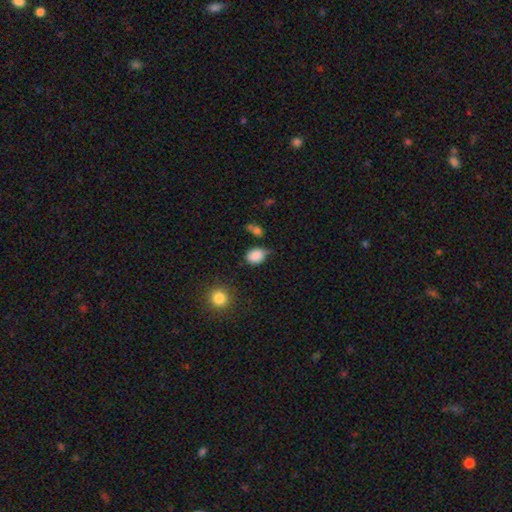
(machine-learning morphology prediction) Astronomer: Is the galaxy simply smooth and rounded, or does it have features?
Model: smooth — 85%.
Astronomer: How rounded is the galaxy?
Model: in between — 54% (runner-up: round, 45%).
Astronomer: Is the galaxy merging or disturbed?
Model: none — 57%.